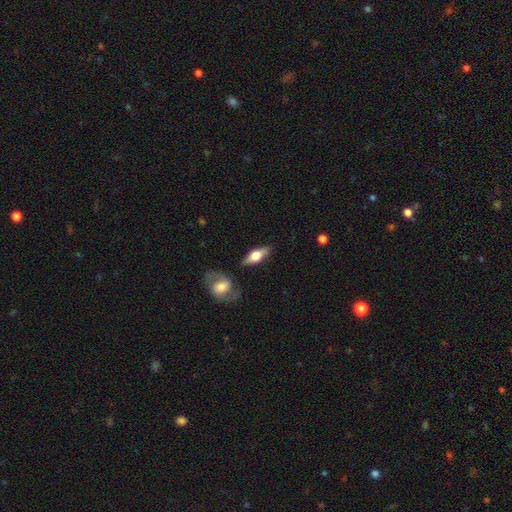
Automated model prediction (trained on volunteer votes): Smooth or featured: featured or disk — 54% (smooth — 40%)
Edge-on disk: yes — 85% (no — 15%)
Merging: none — 80% (minor disturbance — 12%)